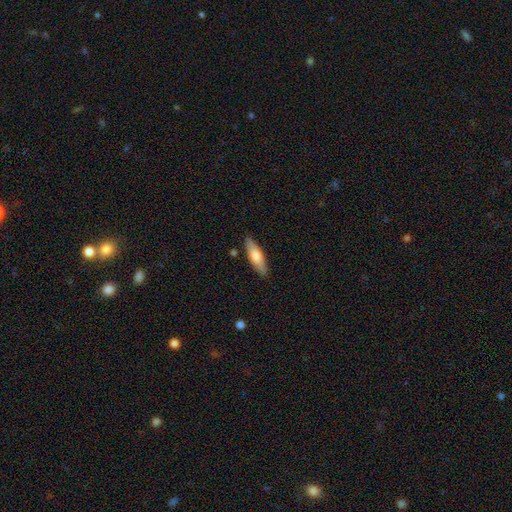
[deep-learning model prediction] smooth_or_featured: smooth (p=0.63) [alt: featured or disk p=0.31]
how_rounded: cigar-shaped (p=0.63) [alt: in between p=0.35]
merging: none (p=0.86) [alt: minor disturbance p=0.10]